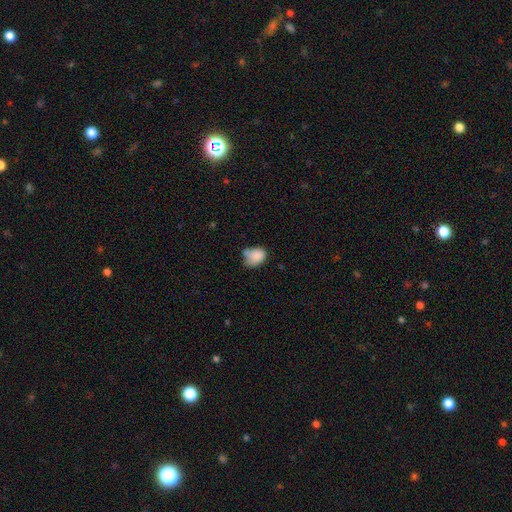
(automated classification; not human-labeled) The model was most divided on "merging": none: 40%, minor disturbance: 34%, merger: 14%, major disturbance: 12%. More confident: smooth or featured — smooth (83%); how rounded — in between (56%).